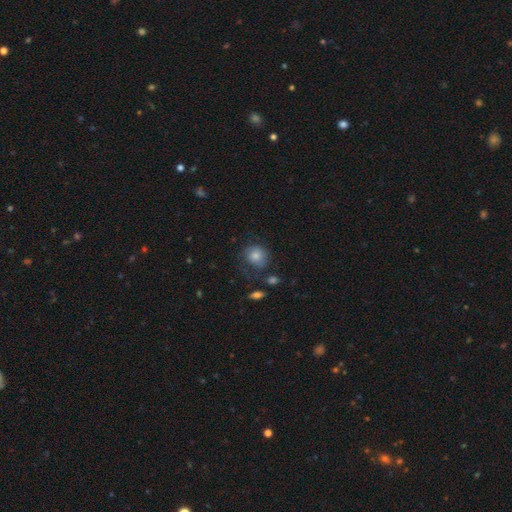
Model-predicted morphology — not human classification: Overall: smooth (68%). How rounded: round (78%). Merging: none (61%; minor disturbance 21%).